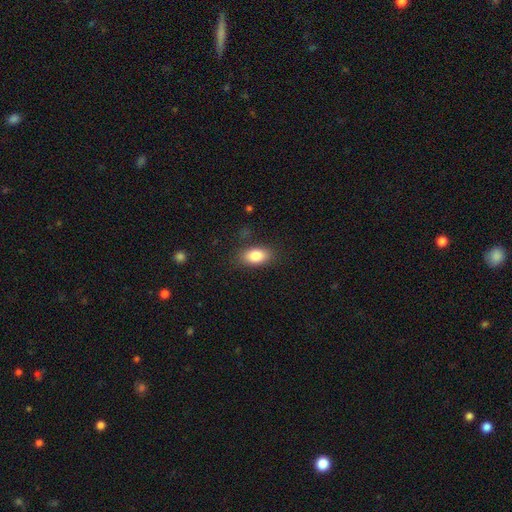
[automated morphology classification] Smooth or featured: smooth — 85% (star or artifact — 8%)
How rounded: in between — 89% (round — 8%)
Merging: none — 82% (minor disturbance — 13%)